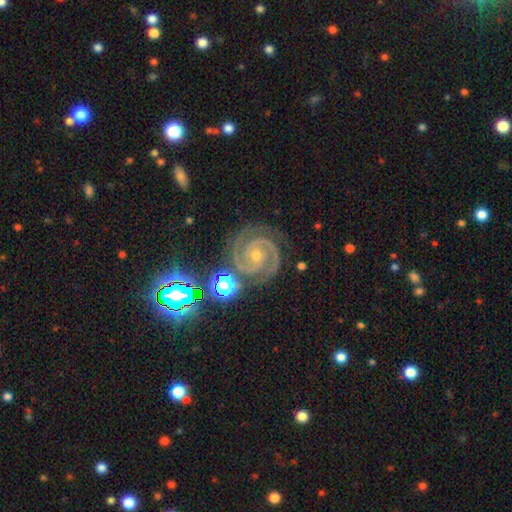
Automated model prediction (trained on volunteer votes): The model was most divided on "bulge size": small: 59%, moderate: 38%, none: 1%, large: 1%, dominant: 1%. More confident: spiral arms — yes (99%); edge-on disk — no (98%); smooth or featured — featured or disk (91%); spiral arm count — 2 (86%); merging — none (82%); spiral winding — tight (76%); bar — no (65%).